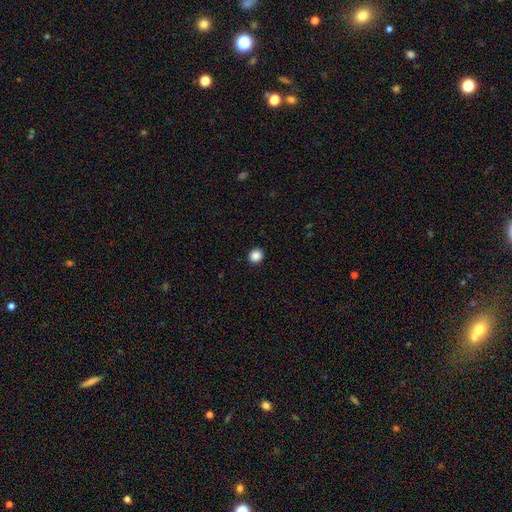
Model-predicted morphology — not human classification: This appears to be a smooth galaxy with no disk features (87%) that is round (87%). Merging: none (93%).